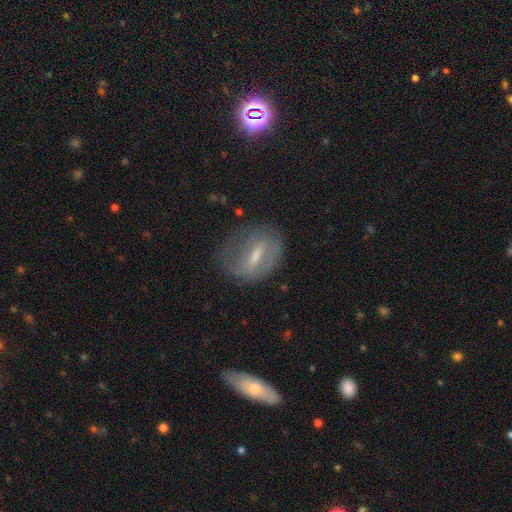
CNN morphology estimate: The model was most divided on "smooth or featured": featured or disk: 56%, smooth: 33%, star or artifact: 11%. More confident: edge-on disk — no (85%); merging — none (62%).